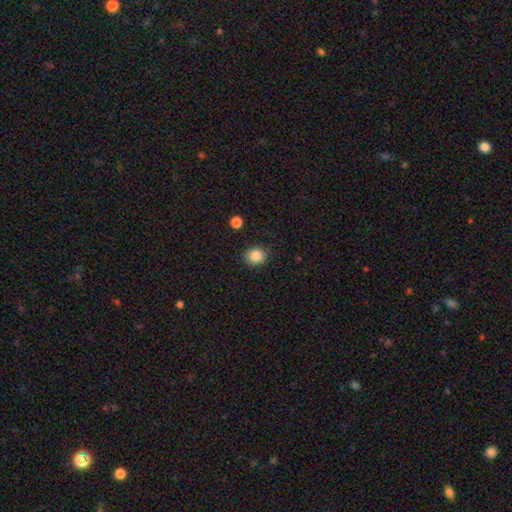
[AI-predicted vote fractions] Smooth or featured? Predicted: smooth (p=0.86). How rounded? Predicted: round (p=0.76). Merging? Predicted: none (p=0.86).